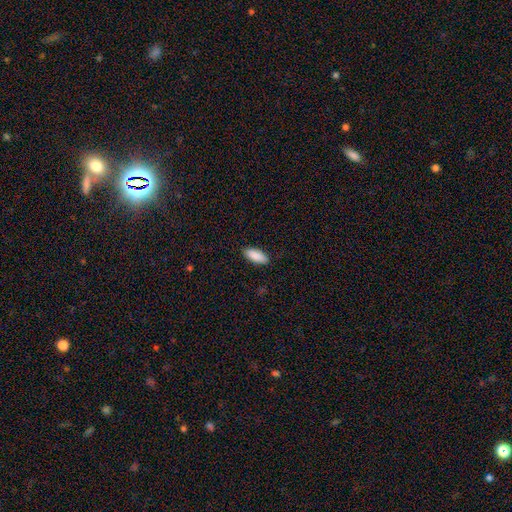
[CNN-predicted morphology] Smooth or featured?
  - smooth: 91% *
  - star or artifact: 6%
  - featured or disk: 4%
How rounded?
  - in between: 85% *
  - cigar-shaped: 13%
  - round: 2%
Merging?
  - none: 90% *
  - minor disturbance: 7%
  - major disturbance: 2%
  - merger: 1%